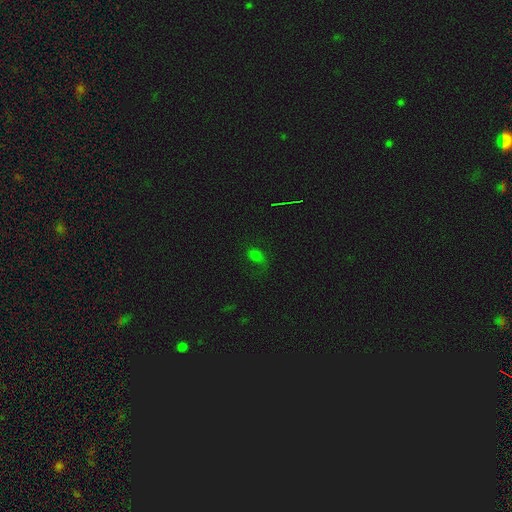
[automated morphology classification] This appears to be a smooth galaxy with no disk features (62%) that is in between round and cigar-shaped (72%). Merging: none (53%).